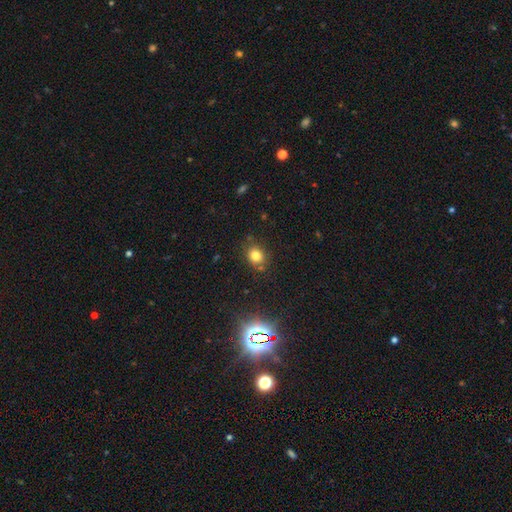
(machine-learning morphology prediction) smooth 78%, star or artifact 15%, featured or disk 7%. Down the decision tree: how rounded — round (65%); merging — none (79%).